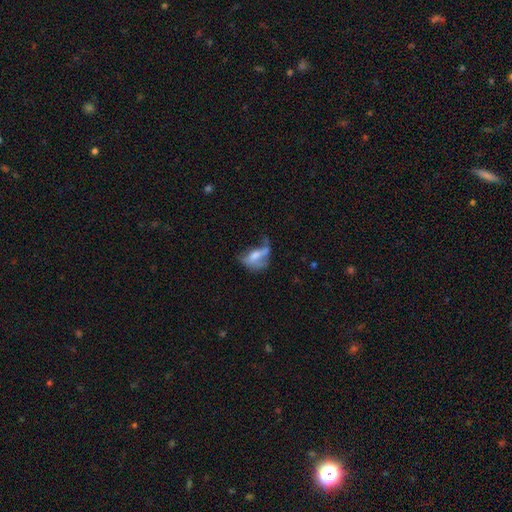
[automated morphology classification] type=smooth (49%); merging=major disturbance (43%).